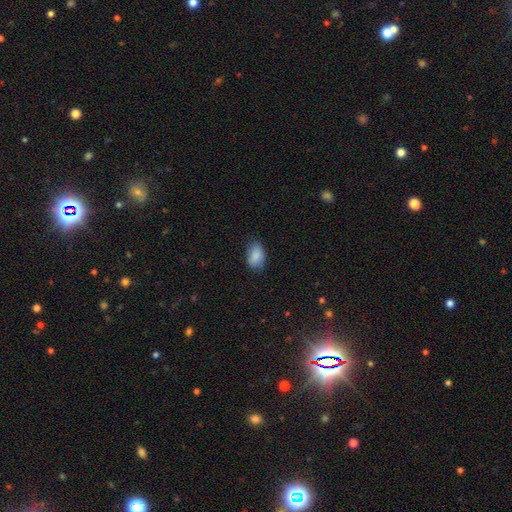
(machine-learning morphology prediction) A smooth galaxy with no disk features (86%) that is in between round and cigar-shaped (88%). Merging: none (72%).